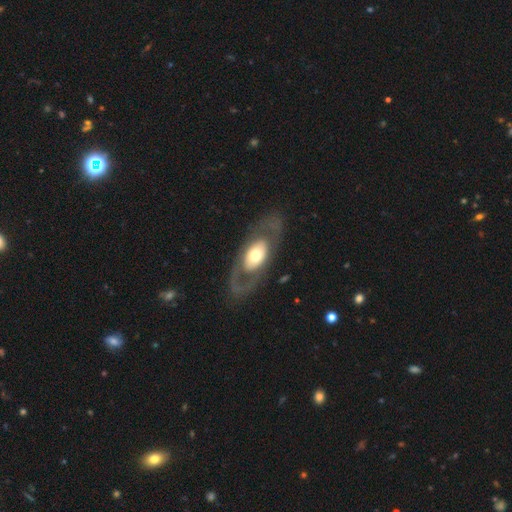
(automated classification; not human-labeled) This is possibly a featured or disk galaxy (60%). It is clearly not viewed edge-on (86%). Bar: clearly no (84%). Spiral arm pattern: likely no (74%). Central bulge: possibly moderate (52%). Merging: likely none (75%).